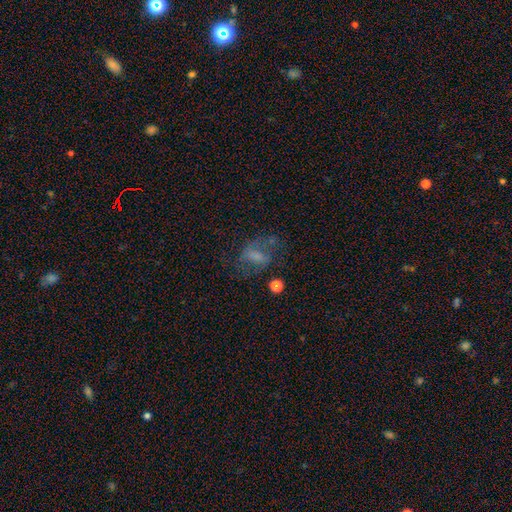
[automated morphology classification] Smooth or featured: featured or disk — 45% (smooth — 39%)
Merging: none — 45% (major disturbance — 30%)